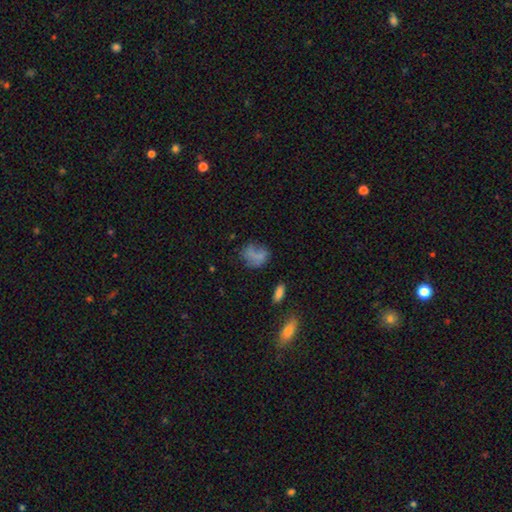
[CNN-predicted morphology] smooth 67%, featured or disk 20%, star or artifact 13%. Down the decision tree: how rounded — round (50%); merging — none (45%).